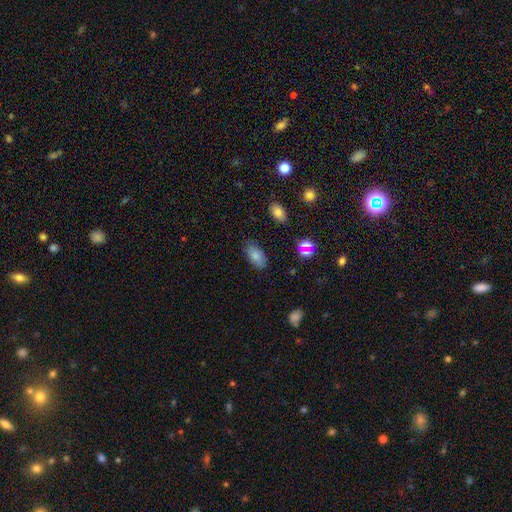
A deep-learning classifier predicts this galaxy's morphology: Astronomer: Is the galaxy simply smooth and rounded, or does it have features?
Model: smooth — 80%.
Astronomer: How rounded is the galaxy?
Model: in between — 93%.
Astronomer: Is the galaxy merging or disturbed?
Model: none — 76%.